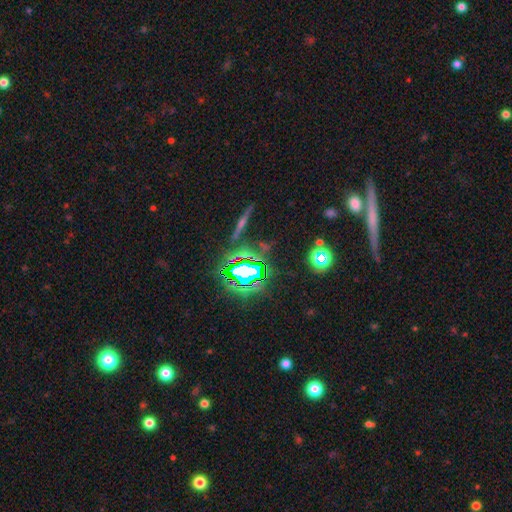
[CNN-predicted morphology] This appears to be a star or artifact, not a galaxy (75%).